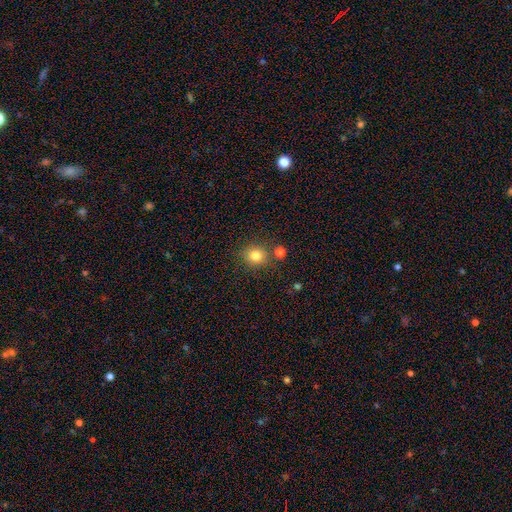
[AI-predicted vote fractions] Q: Smooth or featured?
A: smooth (81%); runner-up: star or artifact (12%)
Q: How rounded?
A: round (84%); runner-up: in between (15%)
Q: Merging?
A: none (75%); runner-up: merger (12%)